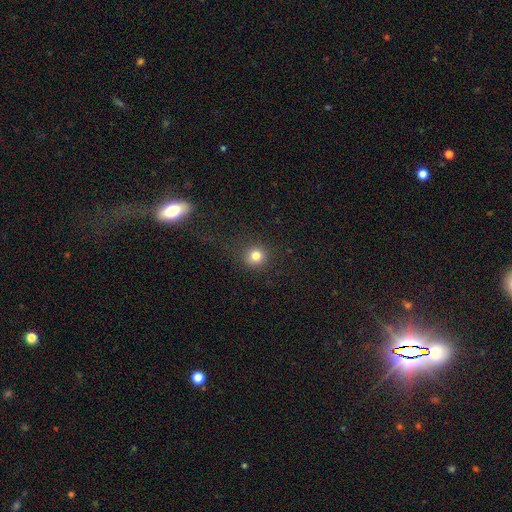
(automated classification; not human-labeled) This appears to be a smooth galaxy with no disk features (80%) that is round (92%). Merging: none (89%).